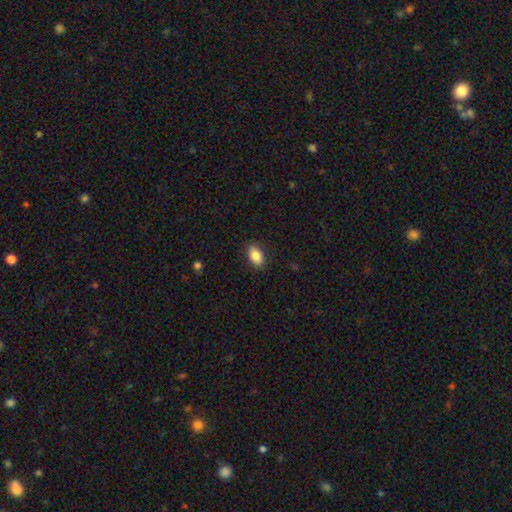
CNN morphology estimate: This appears to be a smooth galaxy with no disk features (86%) that is in between round and cigar-shaped (90%). Merging: none (88%).